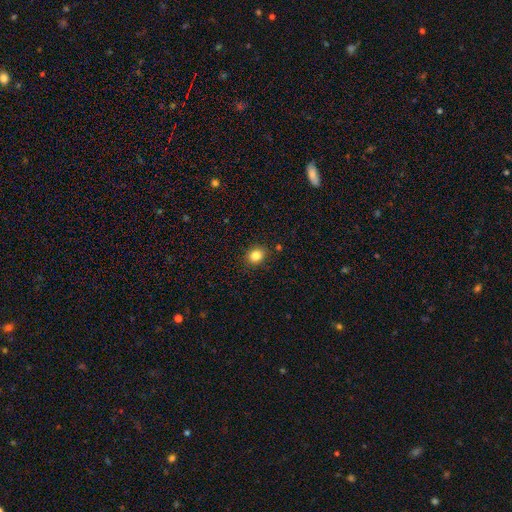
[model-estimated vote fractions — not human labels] smooth_or_featured: smooth (p=0.83) [alt: star or artifact p=0.11]
how_rounded: round (p=0.62) [alt: in between p=0.37]
merging: none (p=0.88) [alt: minor disturbance p=0.08]